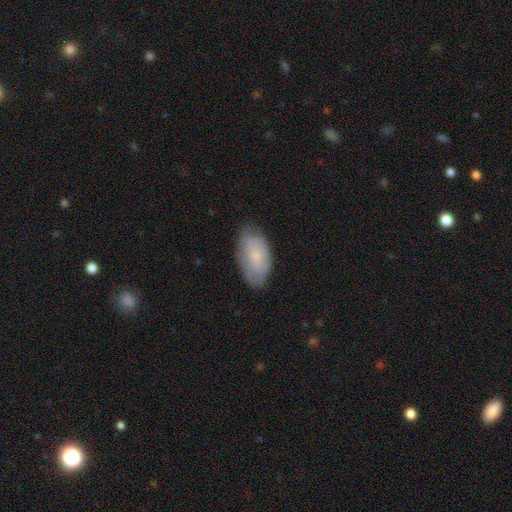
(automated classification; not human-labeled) Overall: smooth (68%). How rounded: in between (94%). Merging: none (72%).